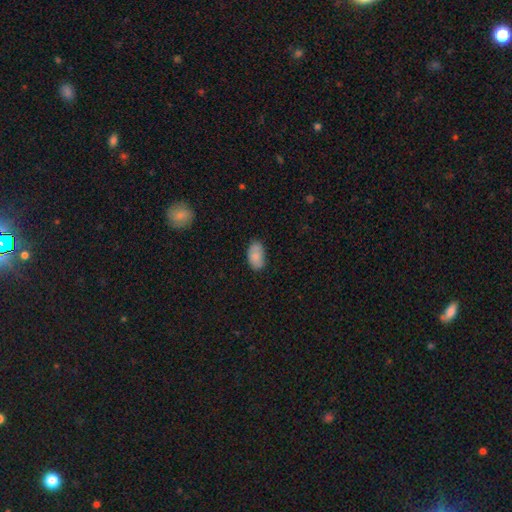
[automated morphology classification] smooth-or-featured: smooth: 82% | featured or disk: 11% | star or artifact: 7%
  how-rounded: in between: 94% | round: 5% | cigar-shaped: 2%
  merging: none: 78% | minor disturbance: 17% | major disturbance: 3% | merger: 1%